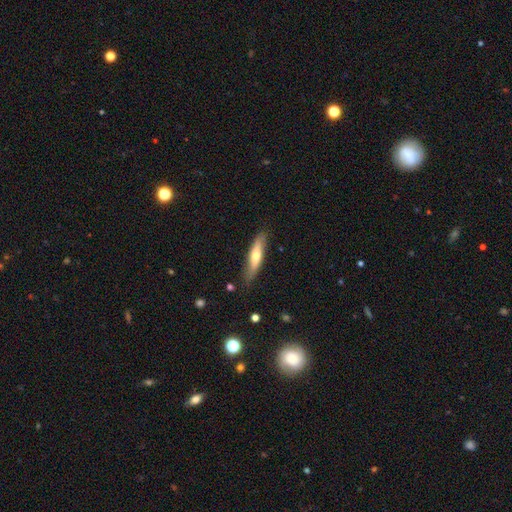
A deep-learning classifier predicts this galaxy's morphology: Smooth or featured?
  - smooth: 56% *
  - featured or disk: 38%
  - star or artifact: 6%
How rounded?
  - cigar-shaped: 74% *
  - in between: 25%
  - round: 2%
Merging?
  - none: 80% *
  - minor disturbance: 16%
  - major disturbance: 3%
  - merger: 2%